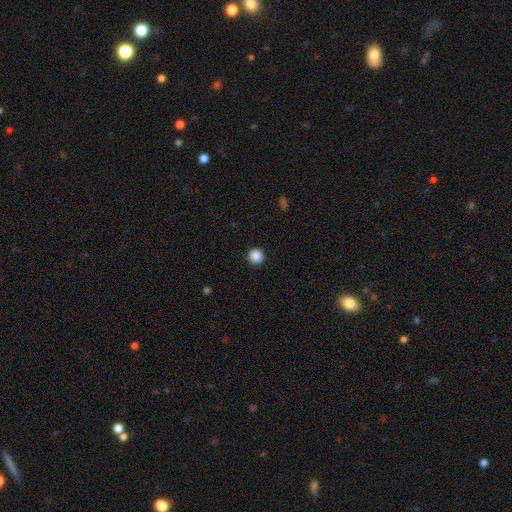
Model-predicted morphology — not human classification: type=smooth (87%); roundness=round (96%); merging=none (92%).